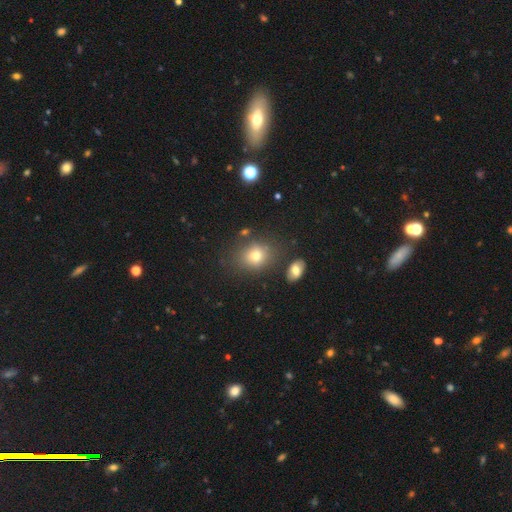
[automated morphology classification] The model was most divided on "how rounded": round: 57%, in between: 42%, cigar-shaped: 1%. More confident: smooth or featured — smooth (74%); merging — none (74%).